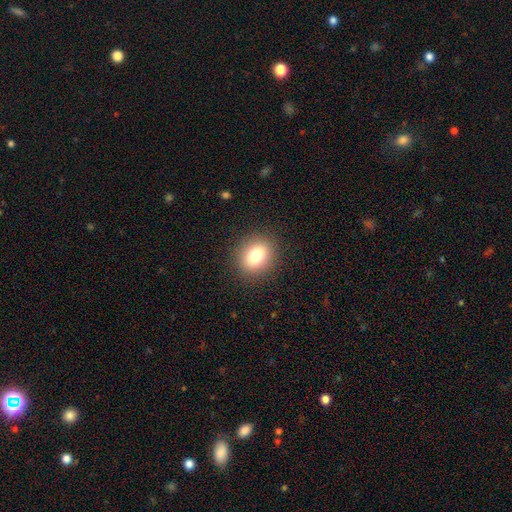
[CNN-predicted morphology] This appears to be a smooth galaxy with no disk features (79%) that is round (60%). Merging: none (89%).